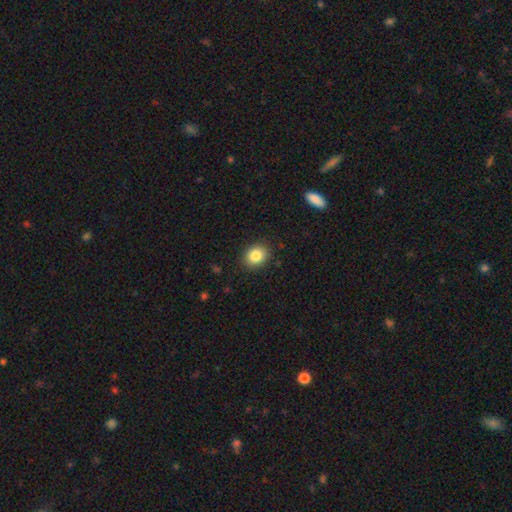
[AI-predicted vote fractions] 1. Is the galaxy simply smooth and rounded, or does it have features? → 84% smooth, 9% star or artifact, 6% featured or disk.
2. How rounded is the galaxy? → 58% round, 41% in between, 1% cigar-shaped.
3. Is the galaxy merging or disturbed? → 89% none, 8% minor disturbance, 2% major disturbance, 1% merger.